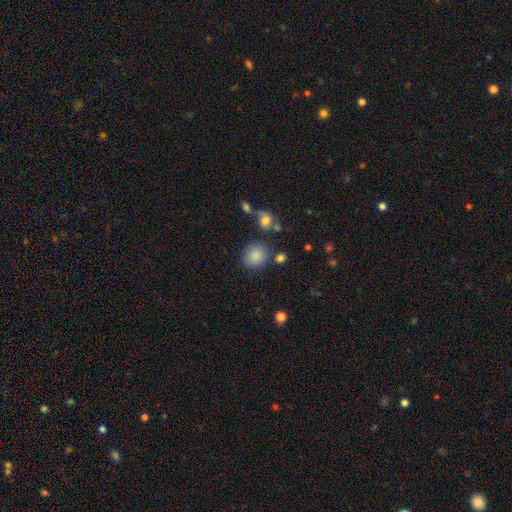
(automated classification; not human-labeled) This is clearly a smooth galaxy (85%). How rounded: likely round (73%). Merging: likely none (77%).